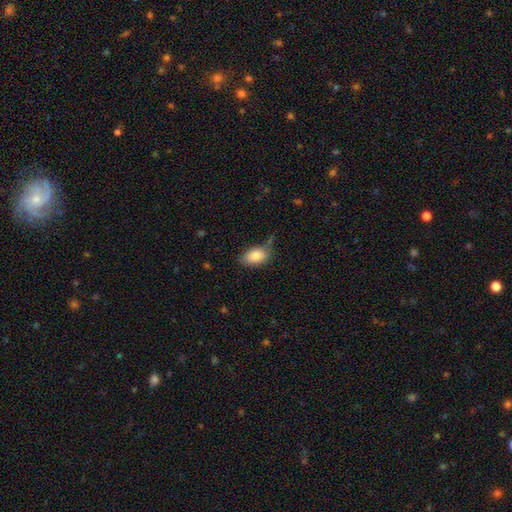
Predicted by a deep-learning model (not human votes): Smooth or featured: smooth — 84% (featured or disk — 9%)
How rounded: in between — 91% (round — 7%)
Merging: none — 62% (minor disturbance — 26%)